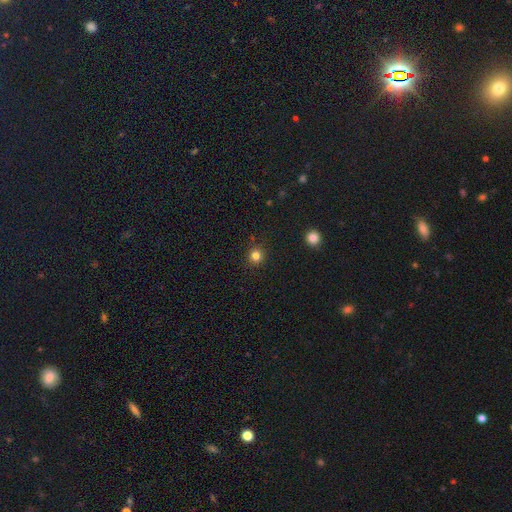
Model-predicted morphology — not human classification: type=smooth (81%); roundness=round (93%); merging=none (91%).